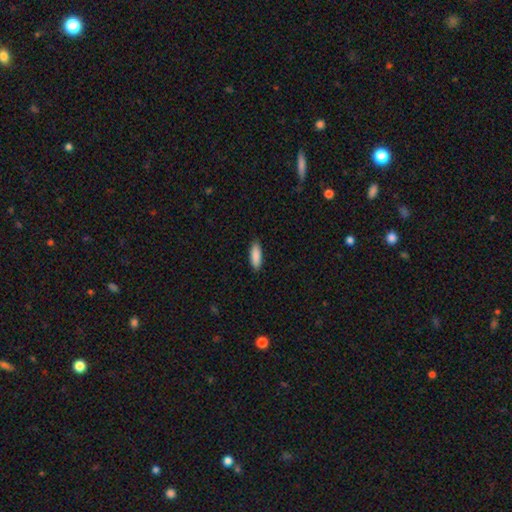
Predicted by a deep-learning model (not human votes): Smooth or featured: smooth — 89% (star or artifact — 6%)
How rounded: in between — 64% (cigar-shaped — 34%)
Merging: none — 89% (minor disturbance — 9%)